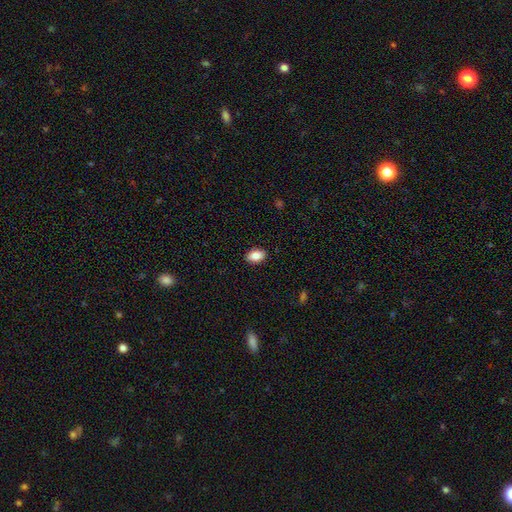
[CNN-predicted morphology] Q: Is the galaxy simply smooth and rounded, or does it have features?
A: smooth — 85%.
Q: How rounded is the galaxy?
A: in between — 87%.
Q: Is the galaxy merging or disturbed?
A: none — 89%.